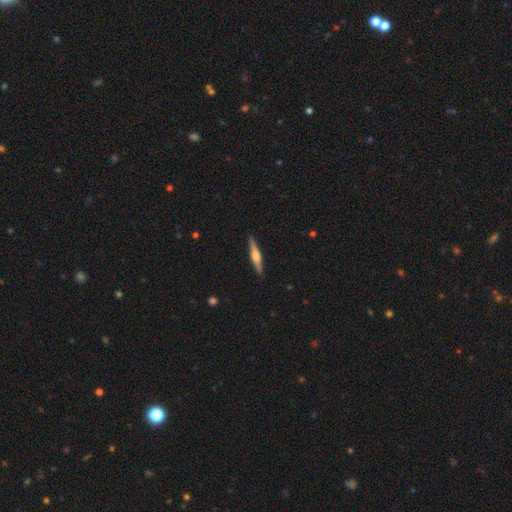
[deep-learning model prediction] smooth-or-featured: featured or disk: 65% | smooth: 29% | star or artifact: 5%
  disk-edge-on: yes: 98% | no: 2%
    edge-on-bulge: rounded: 80% | boxy: 15% | none: 5%
  merging: none: 91% | minor disturbance: 7% | major disturbance: 1% | merger: 1%